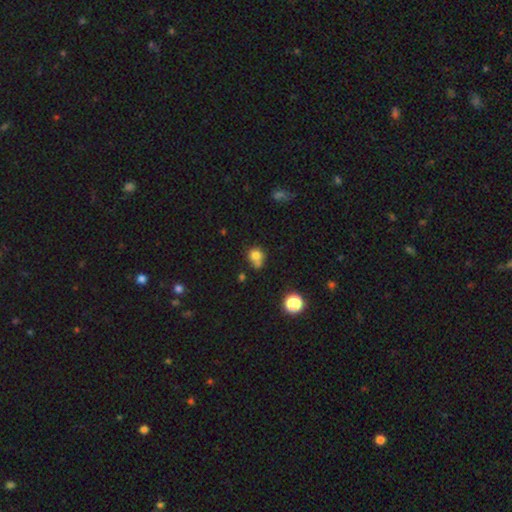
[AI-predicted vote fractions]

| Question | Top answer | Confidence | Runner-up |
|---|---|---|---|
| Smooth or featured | smooth | 77% | star or artifact (13%) |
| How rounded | round | 76% | in between (23%) |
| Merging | none | 46% | merger (27%) |